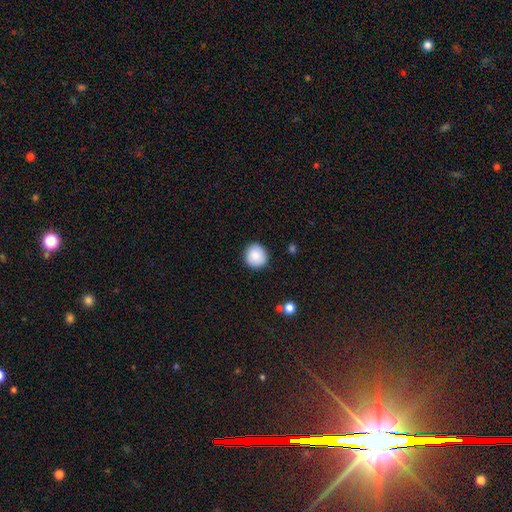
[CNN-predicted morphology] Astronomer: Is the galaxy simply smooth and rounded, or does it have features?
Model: smooth — 86%.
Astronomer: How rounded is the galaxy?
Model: round — 91%.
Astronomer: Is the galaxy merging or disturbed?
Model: none — 89%.